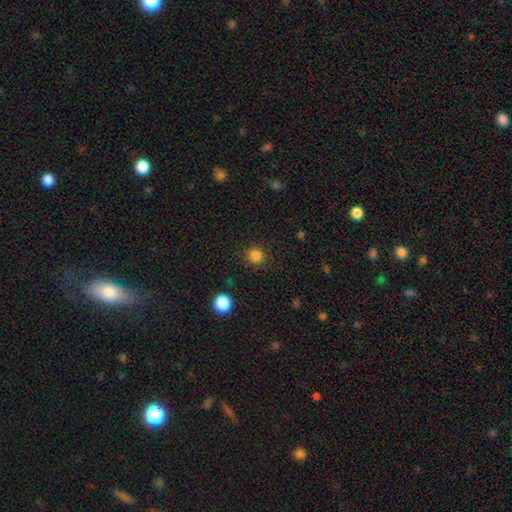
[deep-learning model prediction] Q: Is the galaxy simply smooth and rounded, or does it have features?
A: smooth — 83%.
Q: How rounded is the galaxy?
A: round — 94%.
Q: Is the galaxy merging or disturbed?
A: none — 90%.